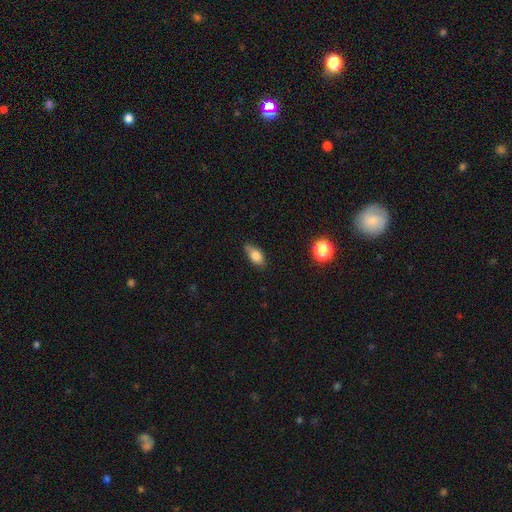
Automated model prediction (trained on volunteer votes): This is likely a smooth galaxy (80%). How rounded: clearly in between (85%). Merging: likely none (69%).